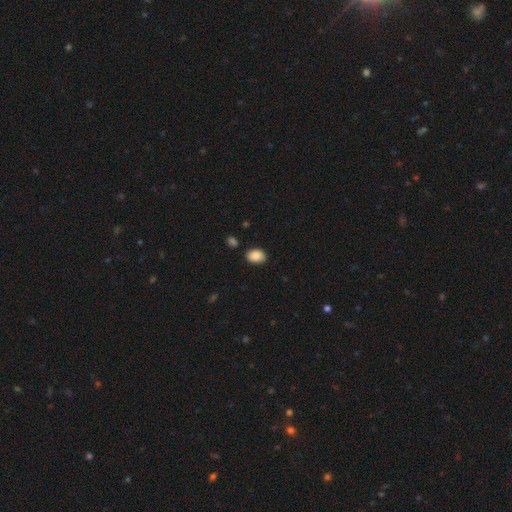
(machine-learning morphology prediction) This is clearly a smooth galaxy (87%). How rounded: likely in between (80%). Merging: clearly none (86%).